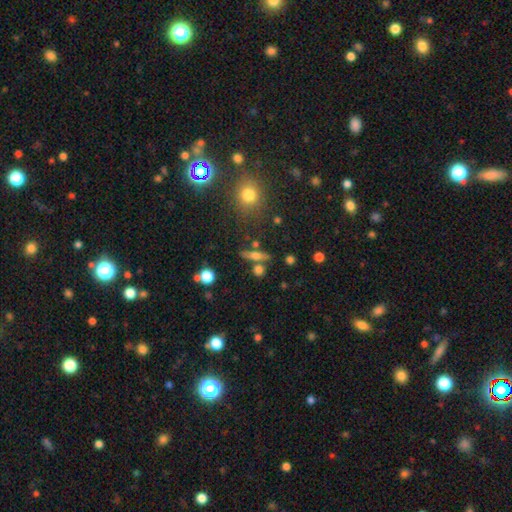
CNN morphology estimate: The model was most divided on "smooth or featured" (2-way tie): featured or disk: 44%, smooth: 44%, star or artifact: 12%. More confident: merging — none (74%).